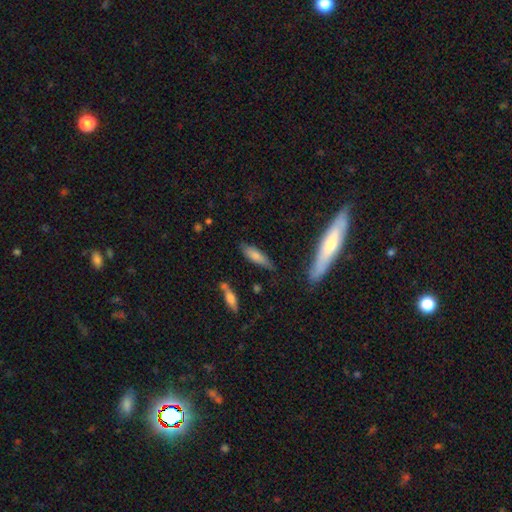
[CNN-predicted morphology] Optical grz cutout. It shows a smooth galaxy with no disk features (74%) that is cigar-shaped (55%). Merging: none (70%).